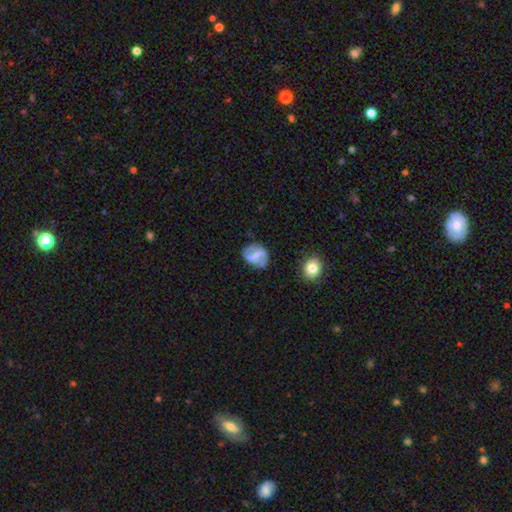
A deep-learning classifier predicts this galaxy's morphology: A featured or disk galaxy (58%) with a strong bar (53%), spiral arms (61%) and no central bulge (50%).

Vote fractions:
- Smooth or featured? featured or disk: 58% / smooth: 33% / star or artifact: 8%
- Edge-on disk? no: 96% / yes: 4%
- Bar? strong: 53% / weak: 31% / no: 16%
- Spiral arms? yes: 61% / no: 39%
- Bulge size? none: 50% / small: 26% / moderate: 18% / large: 4% / dominant: 2%
- Merging? none: 68% / minor disturbance: 19% / major disturbance: 9% / merger: 3%